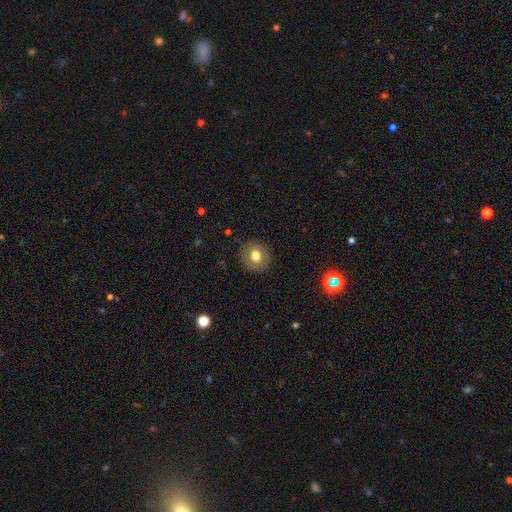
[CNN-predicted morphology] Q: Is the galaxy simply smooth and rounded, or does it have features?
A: smooth — 76%.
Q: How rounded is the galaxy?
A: round — 81%.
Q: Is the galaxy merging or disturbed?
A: none — 88%.